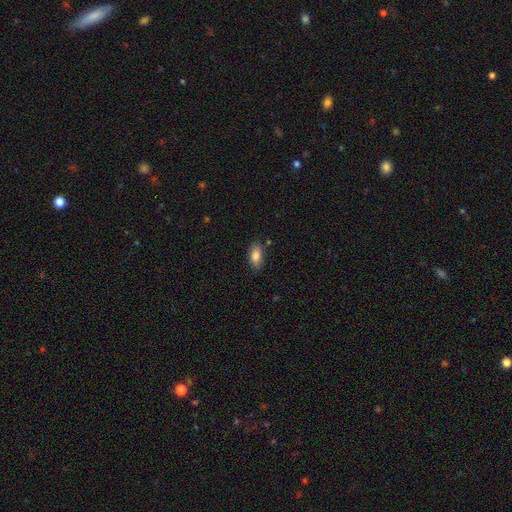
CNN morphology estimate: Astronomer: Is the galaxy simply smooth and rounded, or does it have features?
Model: smooth — 83%.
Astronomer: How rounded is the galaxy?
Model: in between — 90%.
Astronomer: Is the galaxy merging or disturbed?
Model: none — 82%.